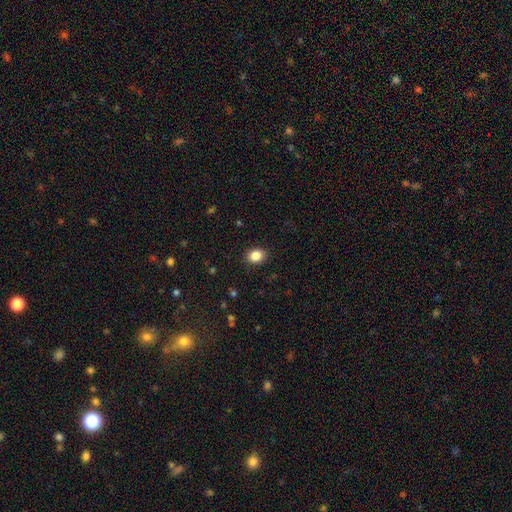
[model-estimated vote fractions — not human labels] smooth 86%, star or artifact 10%, featured or disk 4%. Down the decision tree: how rounded — in between (58%); merging — none (90%).